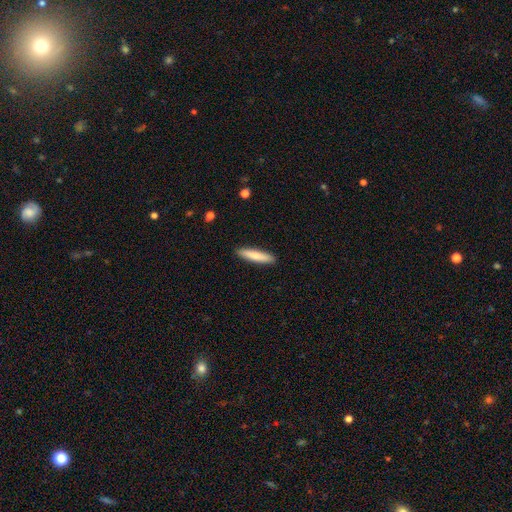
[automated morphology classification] Smooth or featured? smooth (79%)
How rounded? cigar-shaped (86%)
Merging? none (91%)